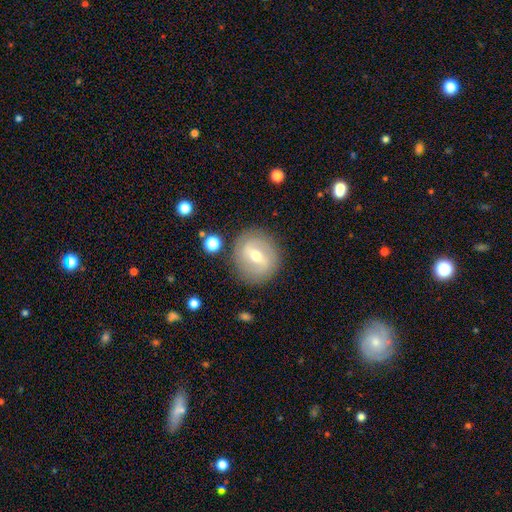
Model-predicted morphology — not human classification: This appears to be a featured or disk galaxy (60%) with a weak bar (45%), spiral arms (55%) and a moderate central bulge (64%). Merging: none (84%).